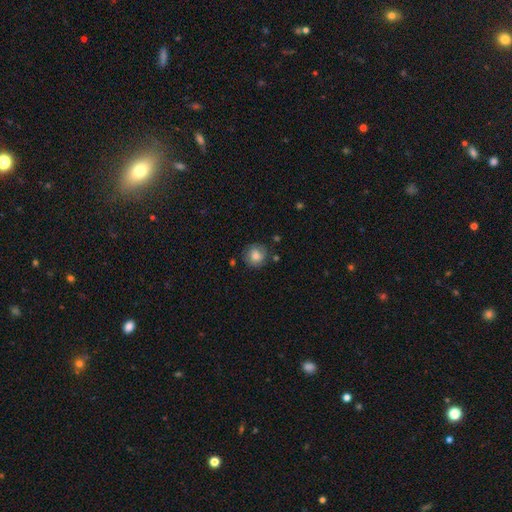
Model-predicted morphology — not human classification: Smooth or featured?
  - smooth: 78% *
  - featured or disk: 13%
  - star or artifact: 9%
How rounded?
  - round: 86% *
  - in between: 13%
  - cigar-shaped: 1%
Merging?
  - none: 78% *
  - minor disturbance: 15%
  - major disturbance: 4%
  - merger: 3%